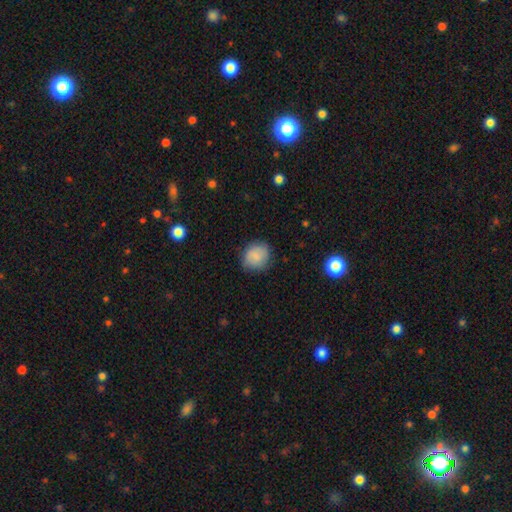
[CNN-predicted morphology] This appears to be a smooth galaxy with no disk features (81%) that is round (79%). Merging: none (81%).